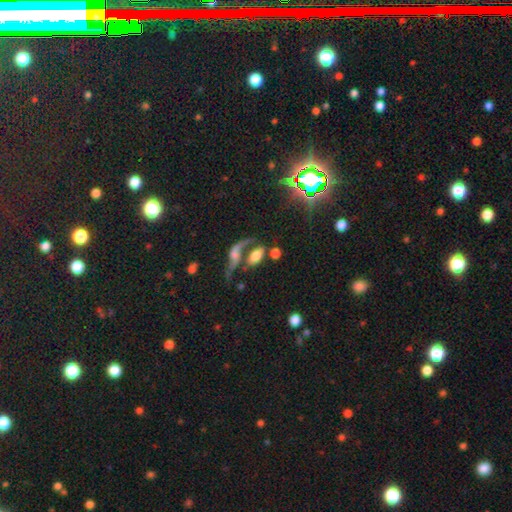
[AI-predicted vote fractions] Smooth or featured: smooth — 59% (featured or disk — 28%)
How rounded: in between — 85% (round — 9%)
Merging: merger — 43% (none — 32%)